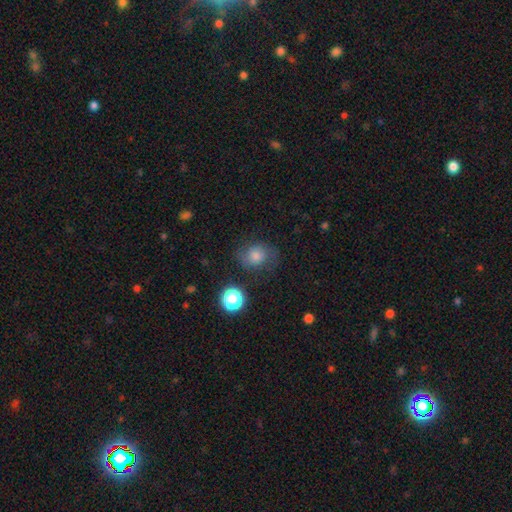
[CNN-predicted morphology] This appears to be a smooth galaxy with no disk features (69%) that is round (64%). Merging: none (70%).